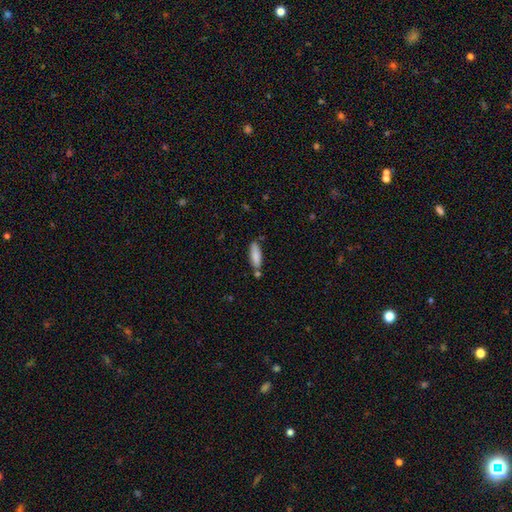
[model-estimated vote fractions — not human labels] Smooth or featured: smooth — 83% (featured or disk — 10%)
How rounded: in between — 55% (cigar-shaped — 43%)
Merging: none — 67% (minor disturbance — 18%)